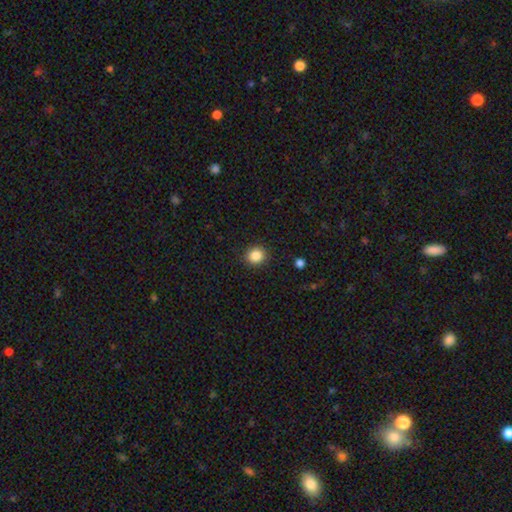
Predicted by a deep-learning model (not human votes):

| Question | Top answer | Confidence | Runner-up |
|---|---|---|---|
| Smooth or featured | smooth | 86% | star or artifact (11%) |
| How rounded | round | 88% | in between (11%) |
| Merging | none | 90% | minor disturbance (6%) |